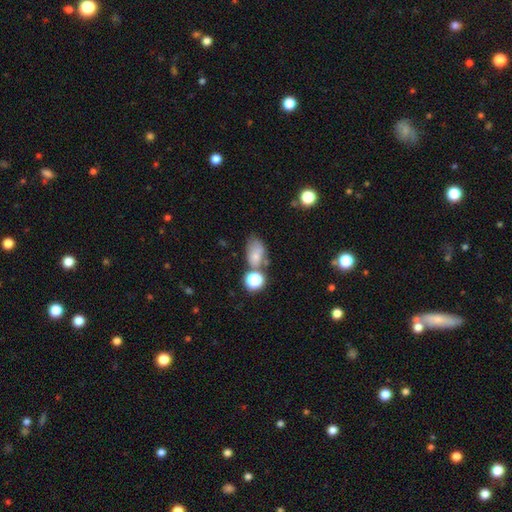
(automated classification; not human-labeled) Smooth or featured? smooth (69%)
How rounded? in between (80%)
Merging? none (39%)